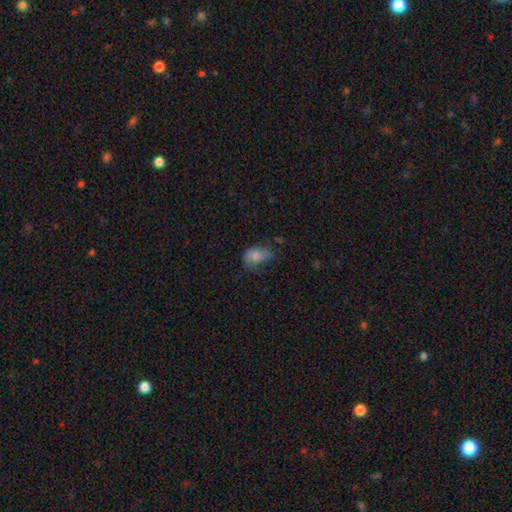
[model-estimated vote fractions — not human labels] Smooth or featured?
  - smooth: 73% *
  - featured or disk: 17%
  - star or artifact: 10%
How rounded?
  - in between: 83% *
  - round: 15%
  - cigar-shaped: 2%
Merging?
  - minor disturbance: 37% *
  - none: 35%
  - major disturbance: 25%
  - merger: 3%